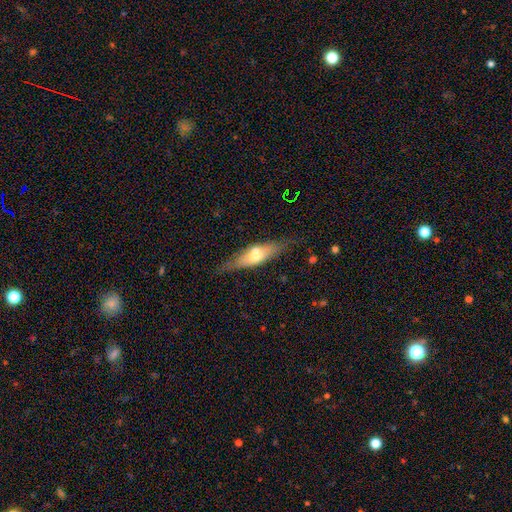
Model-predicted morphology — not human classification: This appears to be a featured or disk galaxy (50%). Merging: none (74%).